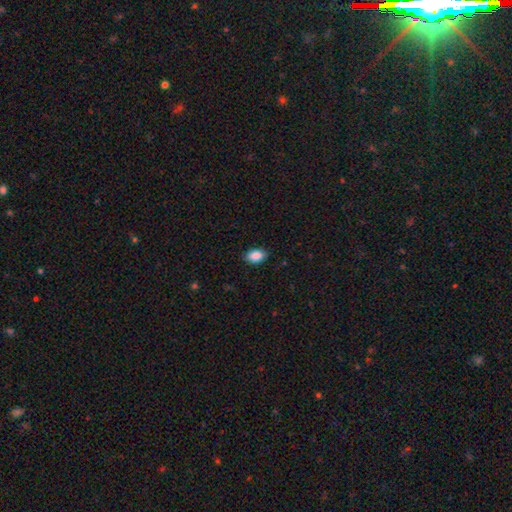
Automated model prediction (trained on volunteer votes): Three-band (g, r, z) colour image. It shows a smooth galaxy with no disk features (89%) that is in between round and cigar-shaped (88%). Merging: none (86%).